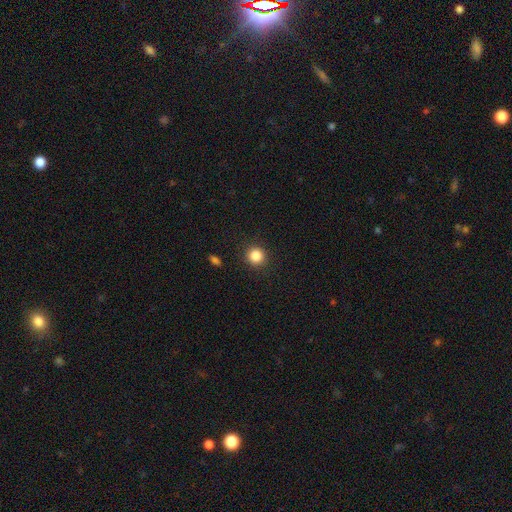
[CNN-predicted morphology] A smooth galaxy with no disk features (85%) that is round (92%). Merging: none (91%).